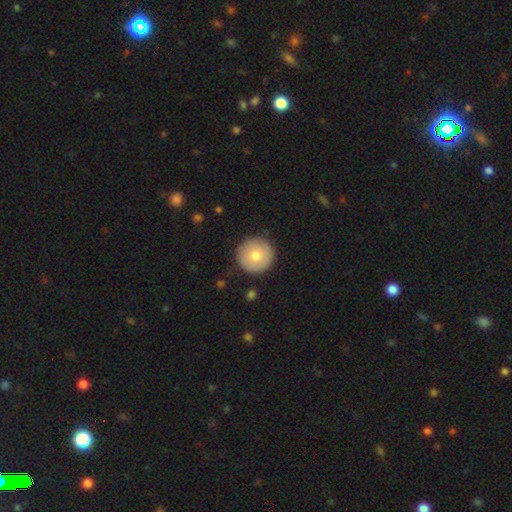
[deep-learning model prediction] smooth 77%, featured or disk 16%, star or artifact 7%. Down the decision tree: how rounded — round (96%); merging — none (89%).